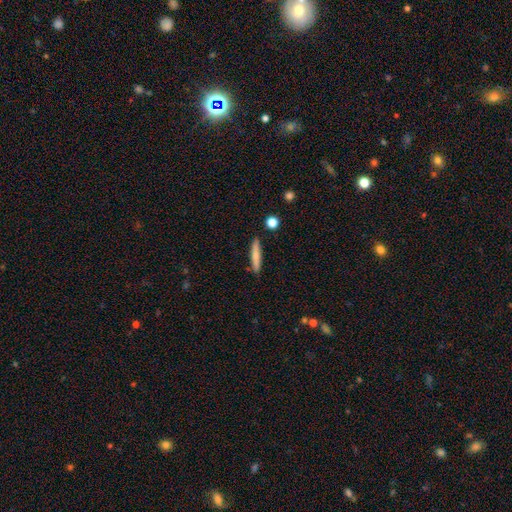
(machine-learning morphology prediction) A smooth galaxy with no disk features (74%) that is cigar-shaped (91%).

Vote fractions:
- Smooth or featured? smooth: 74% / featured or disk: 19% / star or artifact: 6%
- How rounded? cigar-shaped: 91% / in between: 7% / round: 2%
- Merging? none: 88% / minor disturbance: 8% / merger: 2% / major disturbance: 2%